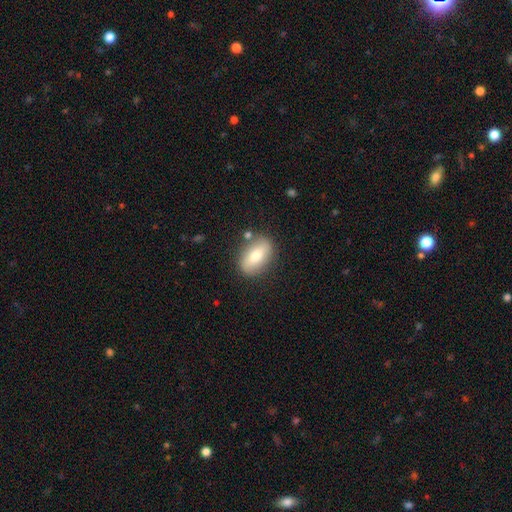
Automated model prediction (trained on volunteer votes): The model was most divided on "smooth or featured": smooth: 66%, featured or disk: 28%, star or artifact: 7%. More confident: how rounded — in between (85%); merging — none (82%).